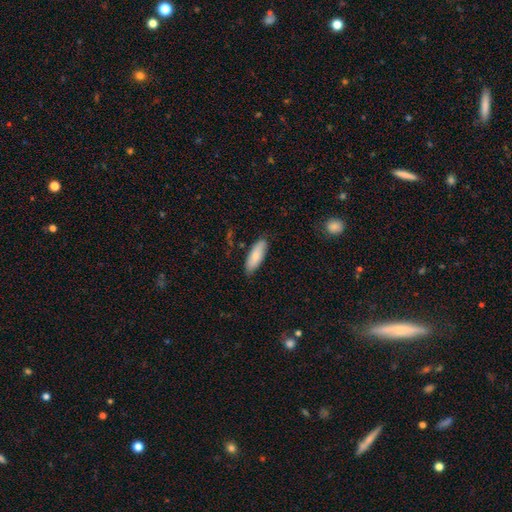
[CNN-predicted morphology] smooth_or_featured: smooth (p=0.79) [alt: featured or disk p=0.15]
how_rounded: in between (p=0.64) [alt: cigar-shaped p=0.34]
merging: none (p=0.83) [alt: minor disturbance p=0.13]